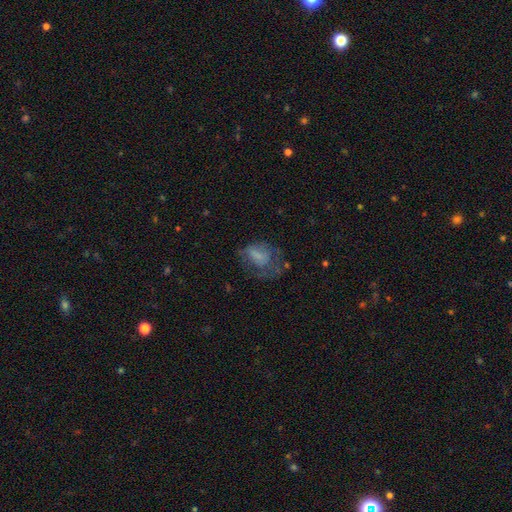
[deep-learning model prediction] Overall: smooth (49%; featured or disk 38%). Merging: none (37%, tied with major disturbance).